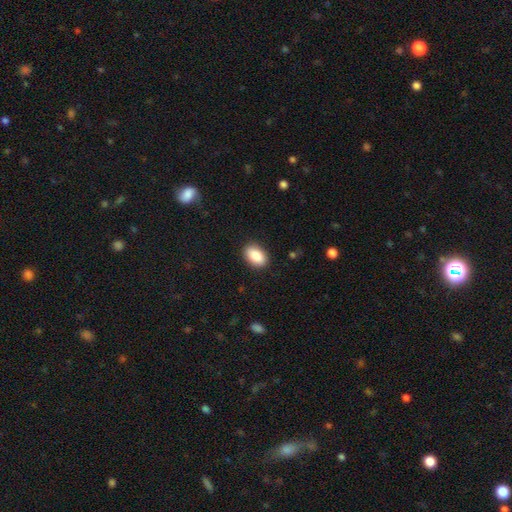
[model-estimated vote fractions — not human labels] A smooth galaxy with no disk features (87%) that is in between round and cigar-shaped (89%).

Vote fractions:
- Smooth or featured? smooth: 87% / star or artifact: 7% / featured or disk: 6%
- How rounded? in between: 89% / round: 10% / cigar-shaped: 1%
- Merging? none: 89% / minor disturbance: 8% / major disturbance: 2% / merger: 1%